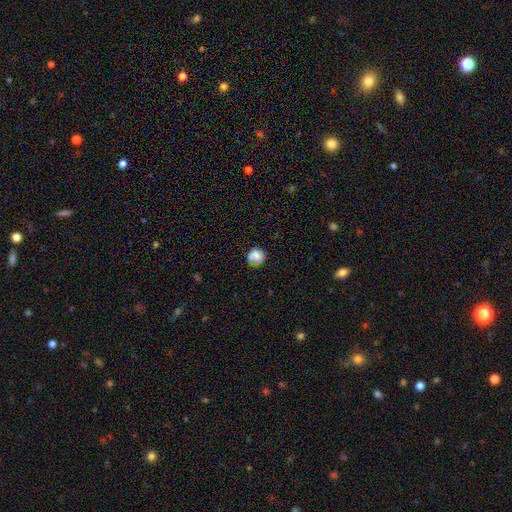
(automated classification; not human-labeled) smooth-or-featured: smooth: 75% | featured or disk: 15% | star or artifact: 9%
  how-rounded: round: 88% | in between: 11% | cigar-shaped: 1%
  merging: none: 75% | minor disturbance: 18% | major disturbance: 5% | merger: 2%